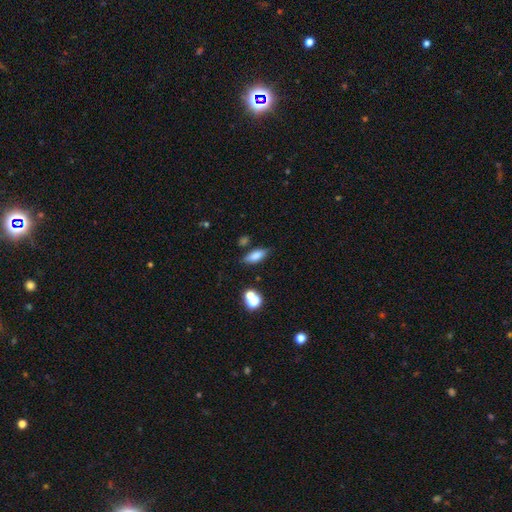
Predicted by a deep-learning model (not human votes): Overall: smooth (75%). How rounded: in between (68%; cigar-shaped 28%). Merging: none (73%).